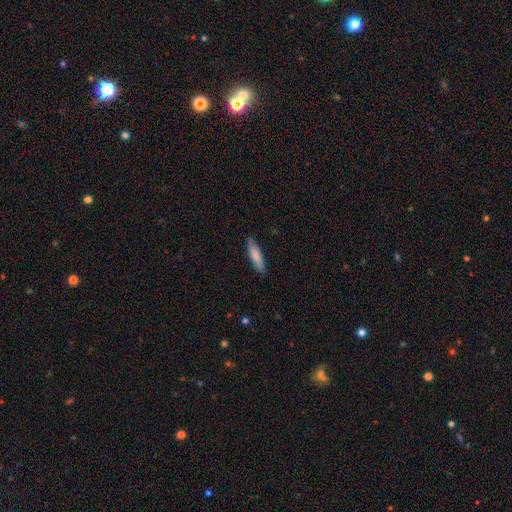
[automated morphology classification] This is clearly a smooth galaxy (82%). How rounded: likely cigar-shaped (72%). Merging: clearly none (89%).